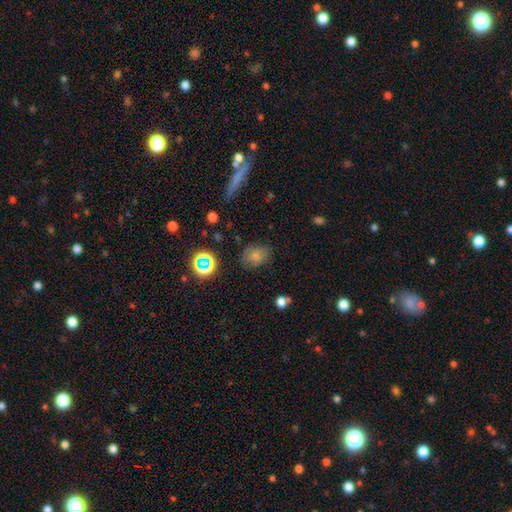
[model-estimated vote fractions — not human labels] smooth_or_featured: smooth (p=0.71) [alt: star or artifact p=0.18]
how_rounded: in between (p=0.56) [alt: round p=0.42]
merging: none (p=0.68) [alt: minor disturbance p=0.22]